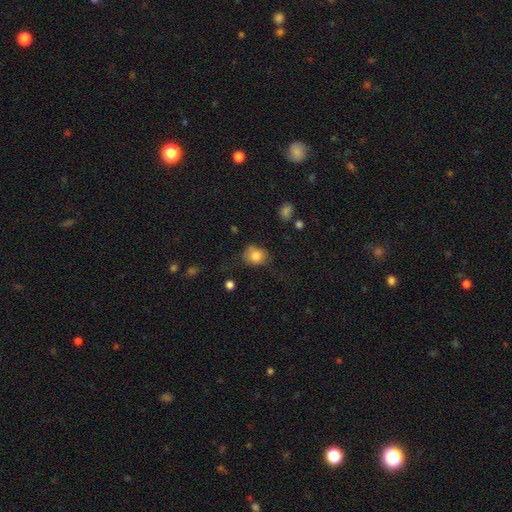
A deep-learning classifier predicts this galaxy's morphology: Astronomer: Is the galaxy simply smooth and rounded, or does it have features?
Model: smooth — 80%.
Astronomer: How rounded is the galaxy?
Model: round — 63%.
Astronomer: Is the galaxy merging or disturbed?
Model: none — 55%.